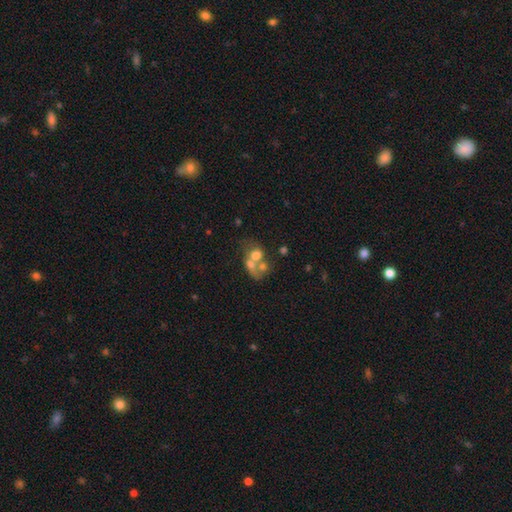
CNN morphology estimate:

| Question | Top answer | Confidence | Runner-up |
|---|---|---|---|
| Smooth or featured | smooth | 54% | featured or disk (33%) |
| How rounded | round | 53% | in between (46%) |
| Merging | merger | 65% | none (18%) |